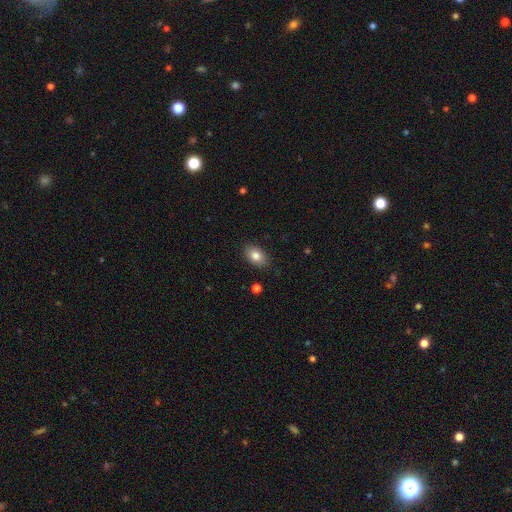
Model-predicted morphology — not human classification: Overall: smooth (83%). How rounded: in between (86%). Merging: none (86%).